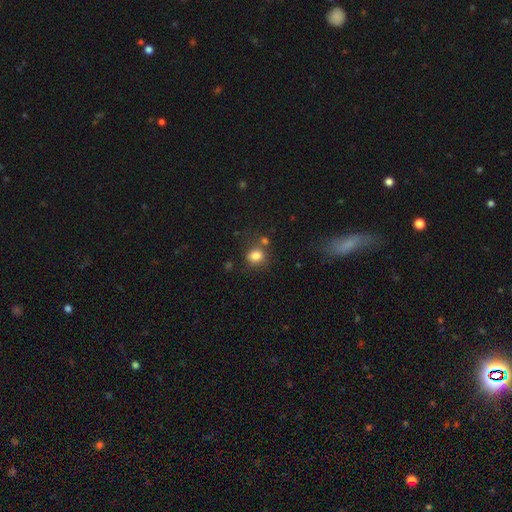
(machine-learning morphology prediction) The model was most divided on "how rounded": round: 54%, in between: 45%, cigar-shaped: 1%. More confident: smooth or featured — smooth (82%); merging — none (66%).